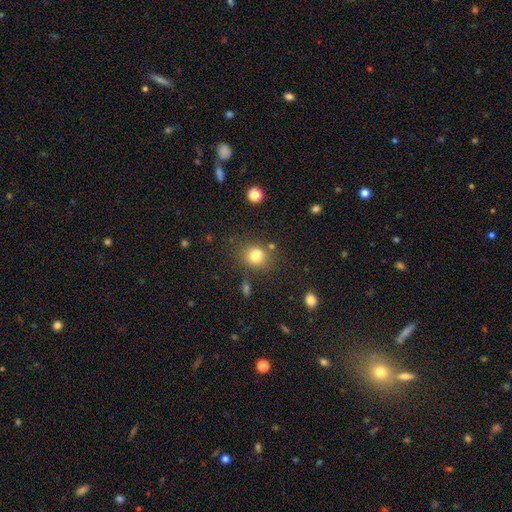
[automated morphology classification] smooth-or-featured: smooth: 77% | star or artifact: 13% | featured or disk: 10%
  how-rounded: round: 68% | in between: 31% | cigar-shaped: 1%
  merging: none: 64% | minor disturbance: 15% | merger: 15% | major disturbance: 5%